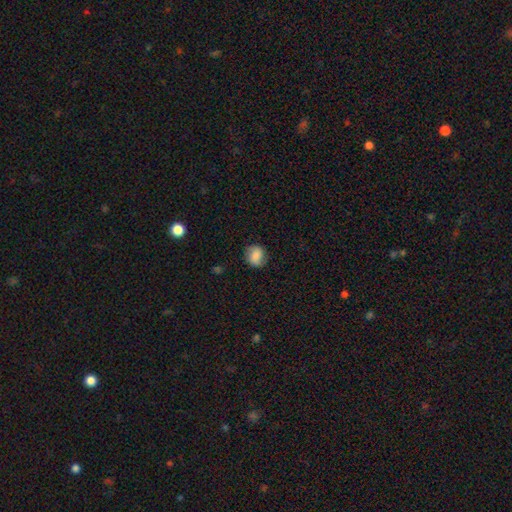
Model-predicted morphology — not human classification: smooth 74%, featured or disk 17%, star or artifact 9%. Down the decision tree: how rounded — round (75%); merging — none (81%).